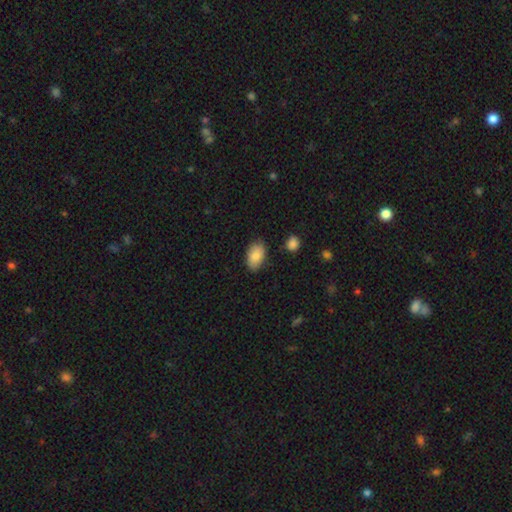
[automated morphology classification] smooth_or_featured: smooth (p=0.86) [alt: featured or disk p=0.08]
how_rounded: in between (p=0.93) [alt: round p=0.06]
merging: none (p=0.81) [alt: minor disturbance p=0.15]